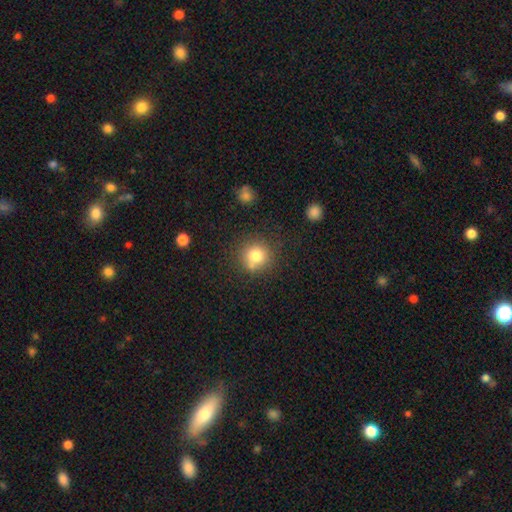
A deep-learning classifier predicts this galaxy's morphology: Q: Smooth or featured?
A: smooth (78%); runner-up: star or artifact (12%)
Q: How rounded?
A: round (91%); runner-up: in between (9%)
Q: Merging?
A: none (70%); runner-up: minor disturbance (13%)